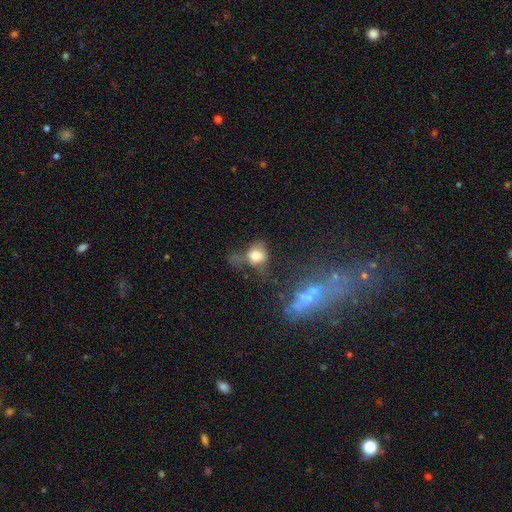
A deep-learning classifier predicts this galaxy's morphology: Q: Smooth or featured?
A: smooth (67%); runner-up: featured or disk (19%)
Q: How rounded?
A: round (52%); runner-up: in between (46%)
Q: Merging?
A: major disturbance (32%); runner-up: none (28%)